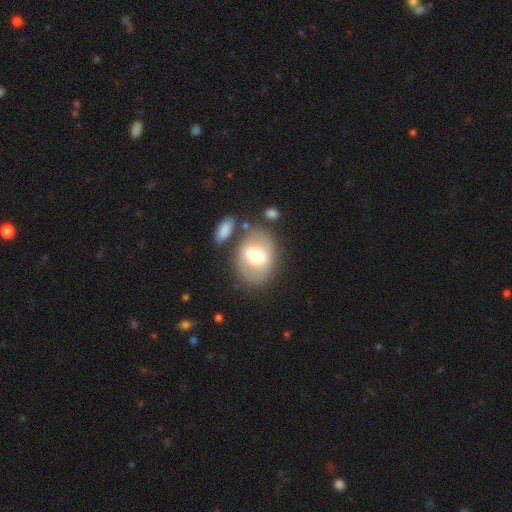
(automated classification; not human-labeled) smooth_or_featured: smooth (p=0.47) [alt: featured or disk p=0.46]
merging: none (p=0.69) [alt: minor disturbance p=0.14]